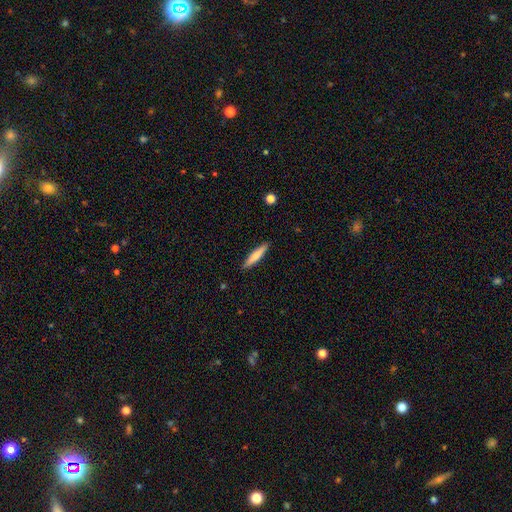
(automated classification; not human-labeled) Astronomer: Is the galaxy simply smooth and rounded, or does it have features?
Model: smooth — 68%.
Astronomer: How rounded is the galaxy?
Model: cigar-shaped — 89%.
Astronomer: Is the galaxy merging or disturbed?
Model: none — 90%.